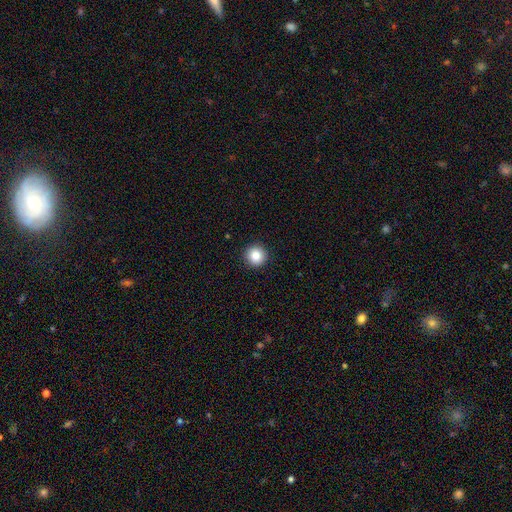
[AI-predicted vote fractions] Smooth or featured: smooth — 85% (star or artifact — 10%)
How rounded: round — 95% (in between — 4%)
Merging: none — 93% (minor disturbance — 4%)